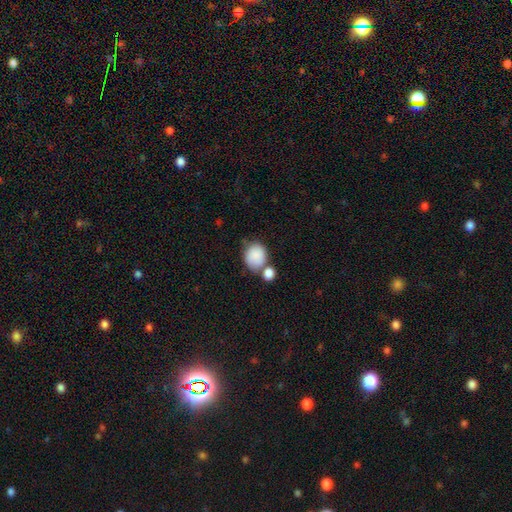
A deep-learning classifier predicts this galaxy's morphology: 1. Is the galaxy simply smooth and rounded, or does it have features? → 86% smooth, 7% star or artifact, 7% featured or disk.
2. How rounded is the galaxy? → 65% round, 34% in between, 1% cigar-shaped.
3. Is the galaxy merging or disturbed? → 45% none, 33% merger, 16% minor disturbance, 6% major disturbance.